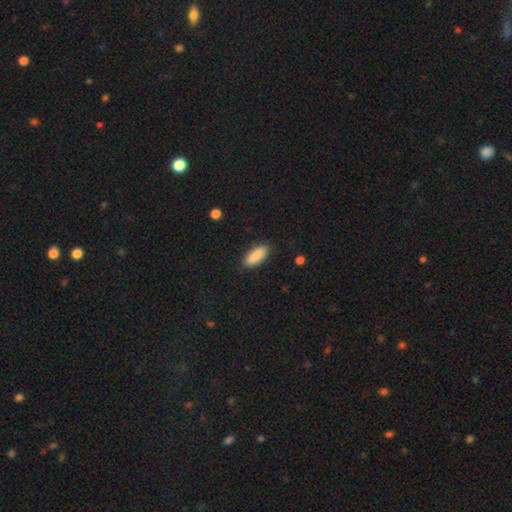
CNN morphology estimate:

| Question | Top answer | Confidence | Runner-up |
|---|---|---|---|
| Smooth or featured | smooth | 86% | featured or disk (8%) |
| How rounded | in between | 82% | cigar-shaped (16%) |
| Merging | none | 87% | minor disturbance (9%) |